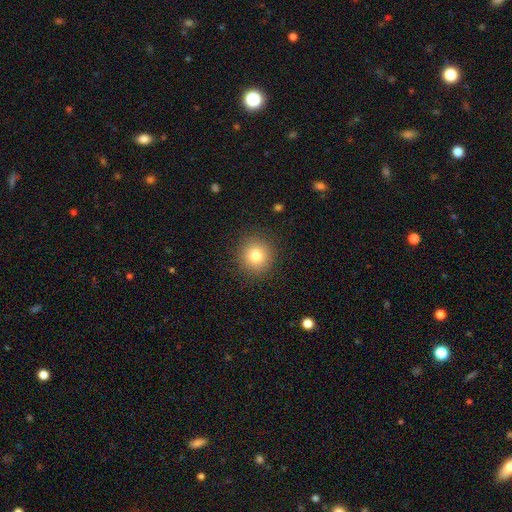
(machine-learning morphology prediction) A smooth galaxy with no disk features (79%) that is round (93%).

Vote fractions:
- Smooth or featured? smooth: 79% / star or artifact: 12% / featured or disk: 9%
- How rounded? round: 93% / in between: 6% / cigar-shaped: 1%
- Merging? none: 90% / minor disturbance: 6% / major disturbance: 2% / merger: 1%